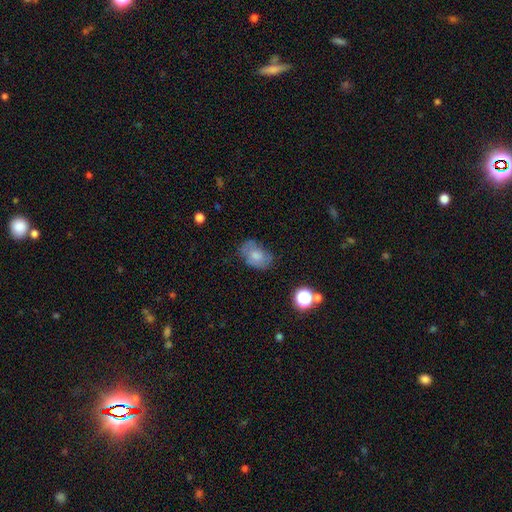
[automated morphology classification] smooth-or-featured: smooth: 70% | featured or disk: 21% | star or artifact: 10%
  how-rounded: in between: 80% | round: 18% | cigar-shaped: 1%
  merging: none: 59% | minor disturbance: 28% | major disturbance: 11% | merger: 2%